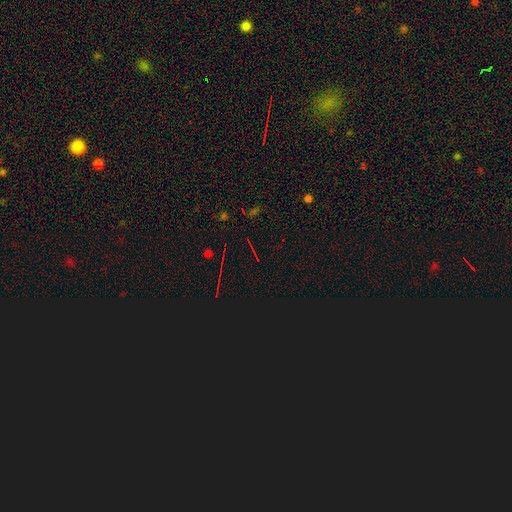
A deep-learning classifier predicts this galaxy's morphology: The model was most divided on "smooth or featured": star or artifact: 77%, featured or disk: 12%, smooth: 11%.